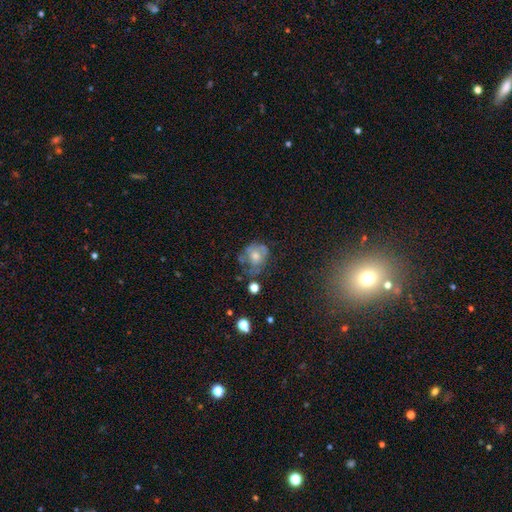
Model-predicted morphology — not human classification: A featured or disk galaxy (49%). Merging: none (39%).